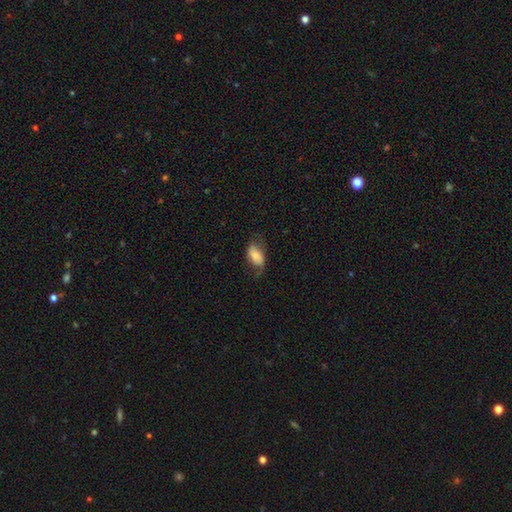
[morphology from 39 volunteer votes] Q: Smooth or featured?
A: smooth (62%); runner-up: featured or disk (38%)
Q: How rounded?
A: in between (92%); runner-up: round (4%)
Q: Merging?
A: minor disturbance (41%); runner-up: none (38%)